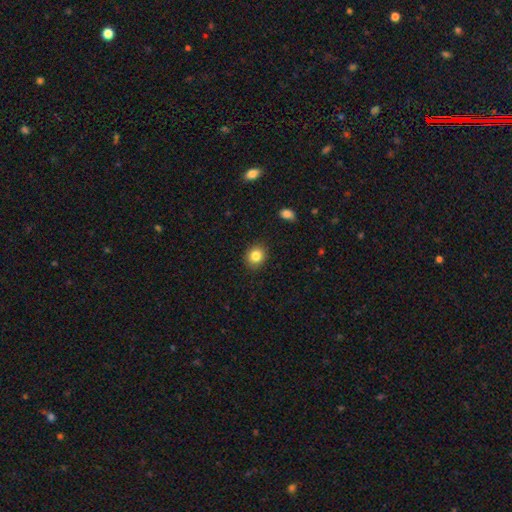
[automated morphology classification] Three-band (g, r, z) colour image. It shows a smooth galaxy with no disk features (84%) that is round (74%). Merging: none (90%).